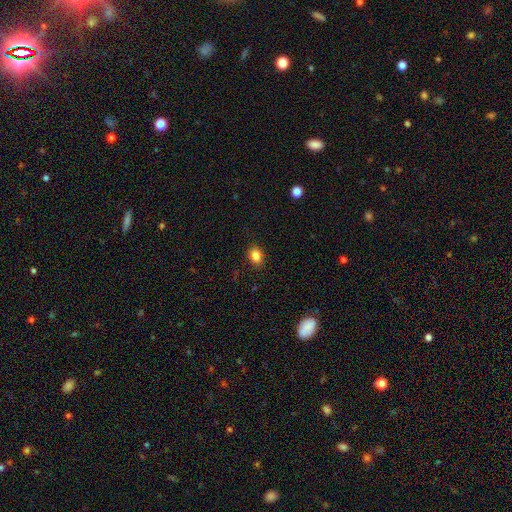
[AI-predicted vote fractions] smooth_or_featured: smooth (p=0.85) [alt: star or artifact p=0.10]
how_rounded: in between (p=0.69) [alt: round p=0.30]
merging: none (p=0.87) [alt: minor disturbance p=0.10]